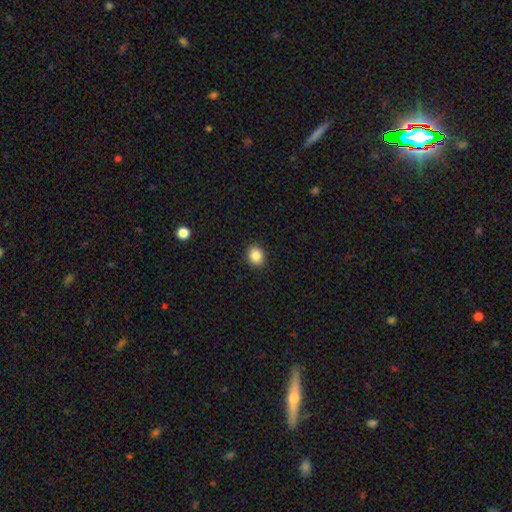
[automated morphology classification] Smooth or featured? smooth (86%)
How rounded? round (65%)
Merging? none (91%)